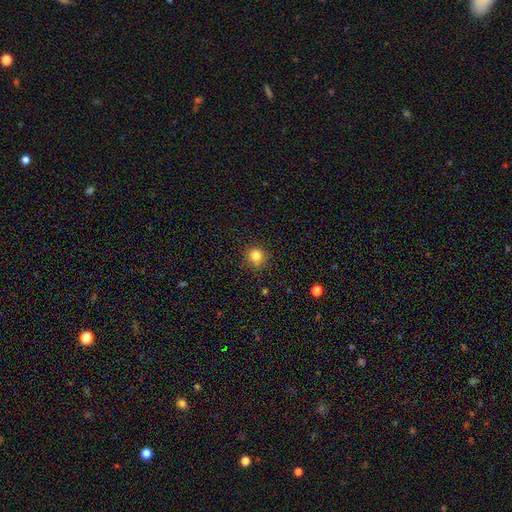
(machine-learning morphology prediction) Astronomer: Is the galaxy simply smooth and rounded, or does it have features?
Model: smooth — 82%.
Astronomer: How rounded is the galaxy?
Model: round — 93%.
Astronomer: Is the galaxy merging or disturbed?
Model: none — 89%.